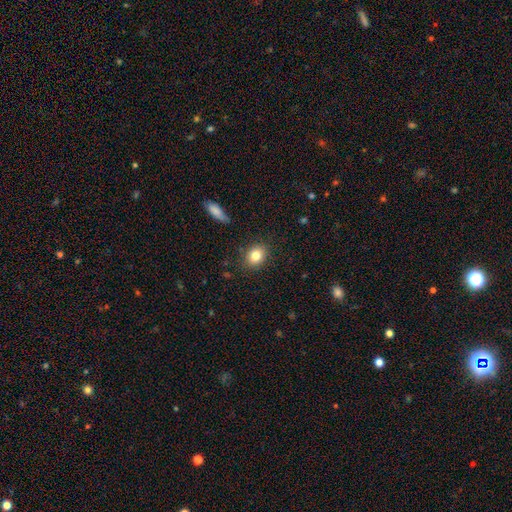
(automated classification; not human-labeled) Morphology: type=smooth (82%); roundness=in between (52%); merging=none (86%).